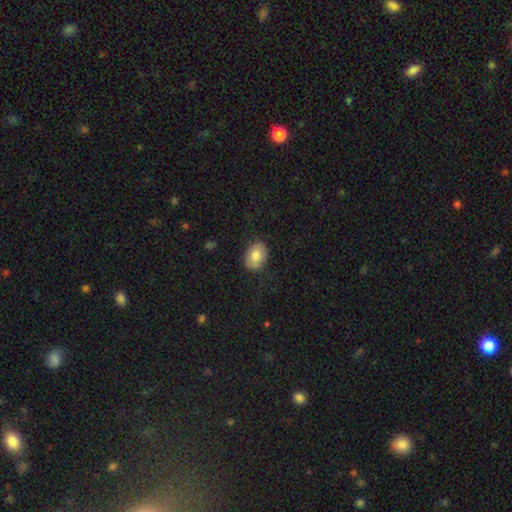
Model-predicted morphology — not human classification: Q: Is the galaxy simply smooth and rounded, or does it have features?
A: smooth — 79%.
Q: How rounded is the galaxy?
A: in between — 78%.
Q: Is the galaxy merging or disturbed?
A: none — 80%.